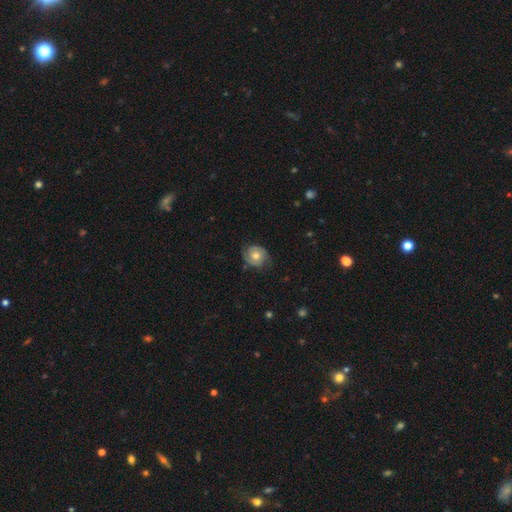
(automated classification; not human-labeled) The model was most divided on "smooth or featured": featured or disk: 59%, smooth: 33%, star or artifact: 8%. More confident: edge-on disk — no (97%); spiral arms — yes (86%); bar — no (80%); merging — none (72%); bulge size — moderate (70%).